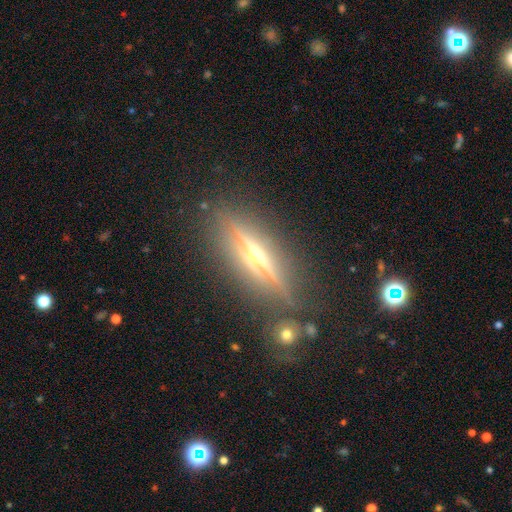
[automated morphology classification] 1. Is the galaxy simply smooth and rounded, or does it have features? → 80% featured or disk, 11% smooth, 9% star or artifact.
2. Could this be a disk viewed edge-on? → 95% yes, 5% no.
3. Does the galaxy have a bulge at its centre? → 91% rounded, 6% none, 4% boxy.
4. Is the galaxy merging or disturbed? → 84% none, 10% minor disturbance, 4% major disturbance, 2% merger.